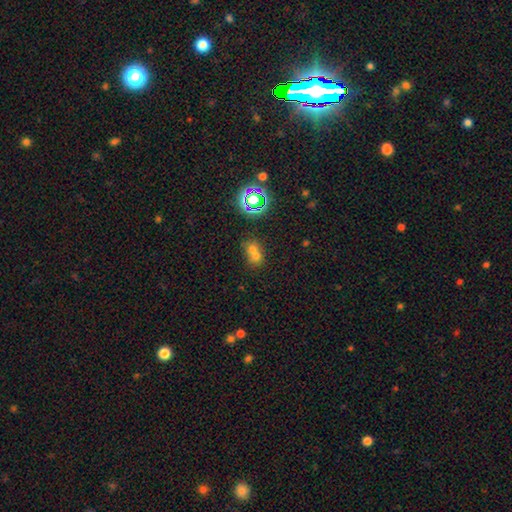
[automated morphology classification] Smooth or featured: smooth — 61% (star or artifact — 23%)
How rounded: round — 67% (in between — 32%)
Merging: merger — 63% (none — 29%)